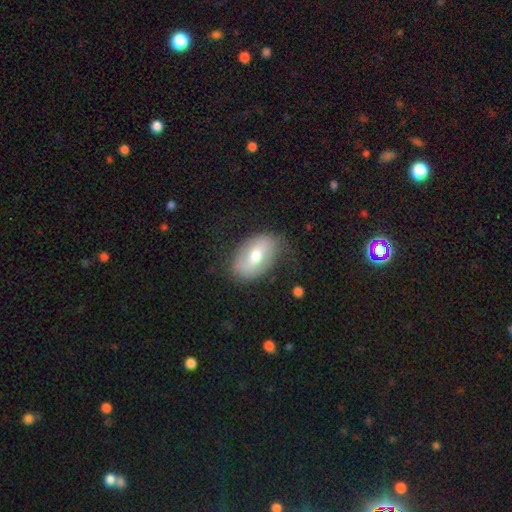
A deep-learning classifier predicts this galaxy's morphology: smooth_or_featured: smooth (p=0.54) [alt: featured or disk p=0.40]
how_rounded: in between (p=0.89) [alt: round p=0.09]
merging: none (p=0.72) [alt: minor disturbance p=0.20]